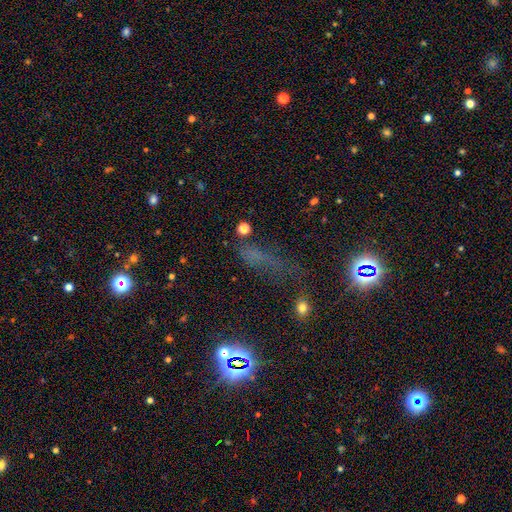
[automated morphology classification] A star or artifact, not a galaxy (42%, tied with smooth).

Vote fractions:
- Smooth or featured? star or artifact: 42% (tied) / smooth: 42% (tied) / featured or disk: 16%